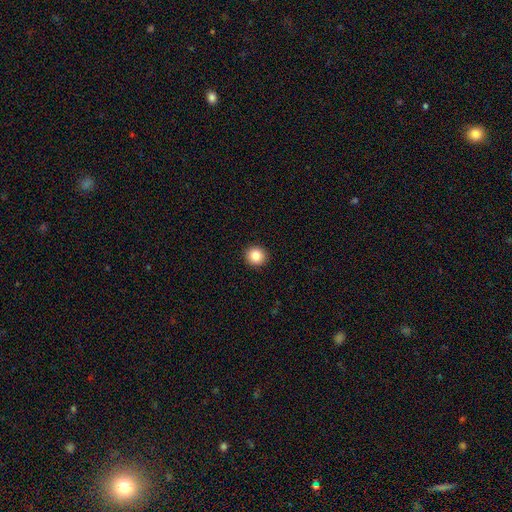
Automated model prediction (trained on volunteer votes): Smooth or featured? Predicted: smooth (p=0.85). How rounded? Predicted: round (p=0.92). Merging? Predicted: none (p=0.93).